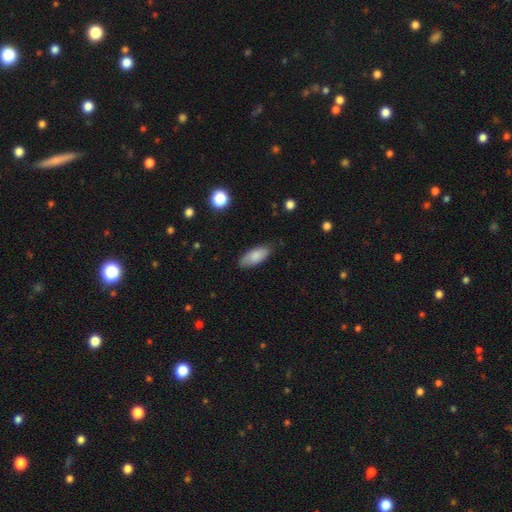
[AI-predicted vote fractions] smooth 83%, featured or disk 11%, star or artifact 6%. Down the decision tree: how rounded — in between (85%); merging — none (78%).